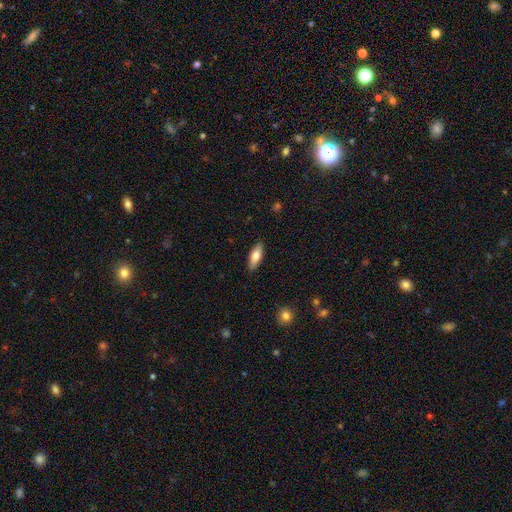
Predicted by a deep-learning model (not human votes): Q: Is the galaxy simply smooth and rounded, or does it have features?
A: smooth — 75%.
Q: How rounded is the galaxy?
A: in between — 65%.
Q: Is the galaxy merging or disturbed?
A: none — 87%.